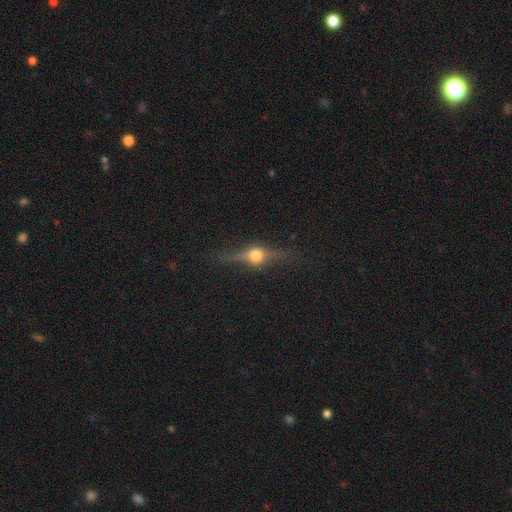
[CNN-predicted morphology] Smooth or featured? Predicted: featured or disk (p=0.73). Edge-on disk? Predicted: yes (p=0.94). Edge-on bulge? Predicted: rounded (p=0.97). Merging? Predicted: none (p=0.84).